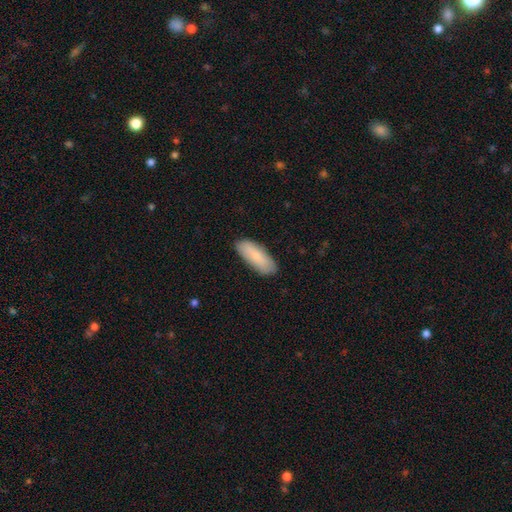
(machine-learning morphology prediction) Smooth or featured? Predicted: smooth (p=0.81). How rounded? Predicted: in between (p=0.67). Merging? Predicted: none (p=0.85).